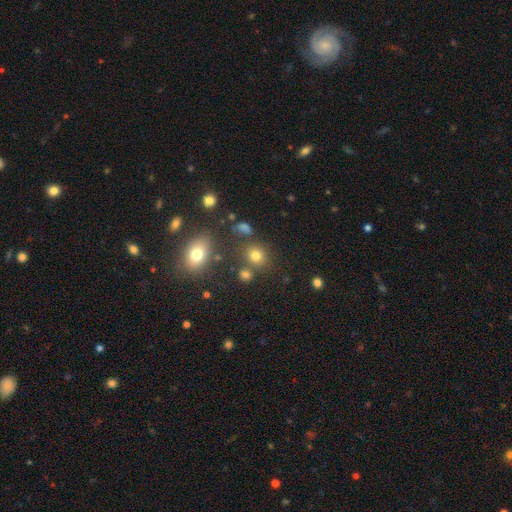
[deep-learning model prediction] smooth_or_featured: smooth (p=0.75) [alt: star or artifact p=0.17]
how_rounded: round (p=0.75) [alt: in between p=0.24]
merging: none (p=0.71) [alt: merger p=0.13]